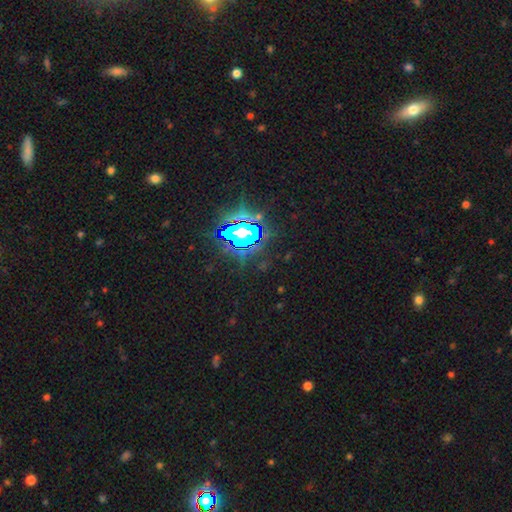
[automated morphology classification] Smooth or featured?
  - star or artifact: 83% *
  - smooth: 10%
  - featured or disk: 7%